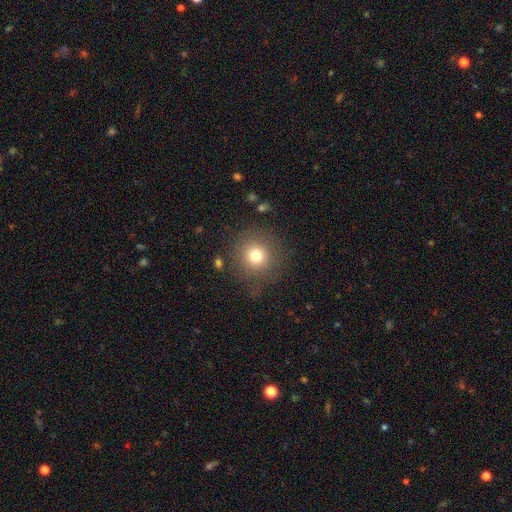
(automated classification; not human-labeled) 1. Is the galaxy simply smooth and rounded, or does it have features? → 76% smooth, 13% star or artifact, 11% featured or disk.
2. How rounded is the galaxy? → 94% round, 5% in between, 1% cigar-shaped.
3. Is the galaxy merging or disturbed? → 82% none, 11% minor disturbance, 6% major disturbance, 2% merger.